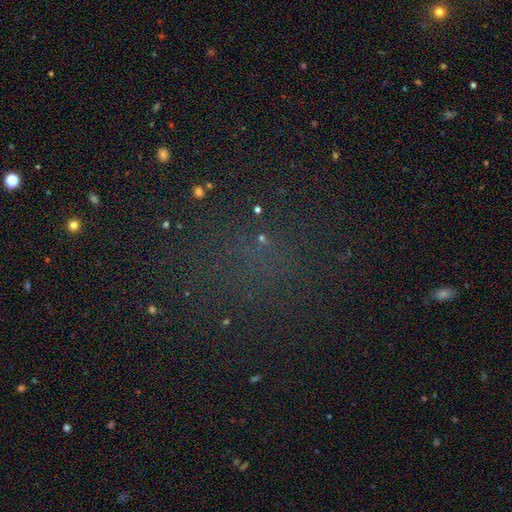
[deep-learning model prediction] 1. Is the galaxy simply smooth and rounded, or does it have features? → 55% star or artifact, 35% smooth, 10% featured or disk.